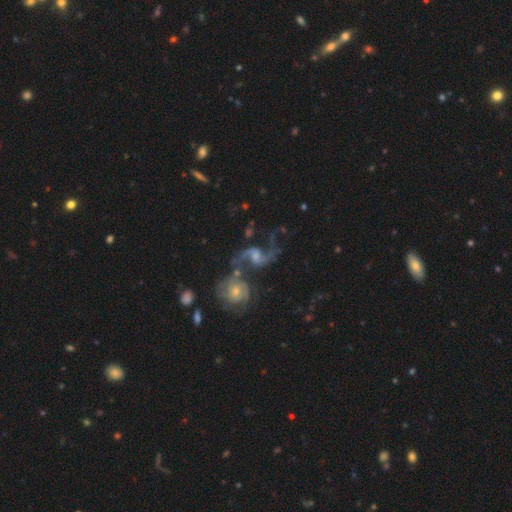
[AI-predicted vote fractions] Smooth or featured?
  - featured or disk: 88% *
  - smooth: 6%
  - star or artifact: 6%
Edge-on disk?
  - no: 97% *
  - yes: 3%
Bar?
  - weak: 47% *
  - no: 39%
  - strong: 14%
Spiral arms?
  - yes: 96% *
  - no: 4%
Spiral winding?
  - loose: 73% *
  - medium: 22%
  - tight: 4%
Spiral arm count?
  - 2: 91% *
  - 1: 3%
  - can't tell: 2%
  - 3: 1%
  - 4: 1%
  - more than 4: 1%
Bulge size?
  - moderate: 38% *
  - small: 35%
  - none: 16%
  - large: 9%
  - dominant: 2%
Merging?
  - none: 38% *
  - merger: 37%
  - minor disturbance: 13%
  - major disturbance: 12%